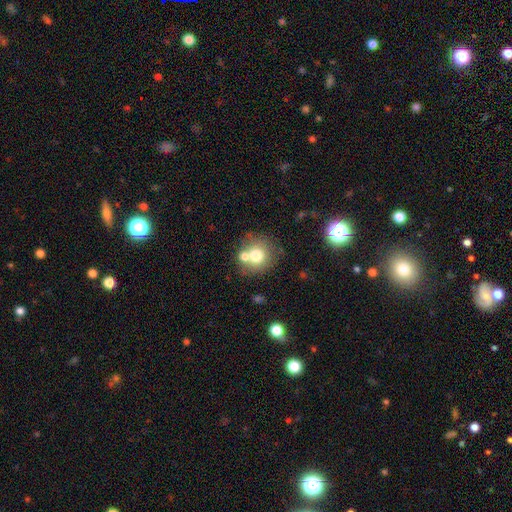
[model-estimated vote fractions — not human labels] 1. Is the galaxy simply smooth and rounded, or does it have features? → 71% smooth, 18% featured or disk, 11% star or artifact.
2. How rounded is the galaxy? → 84% round, 15% in between, 1% cigar-shaped.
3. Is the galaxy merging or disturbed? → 56% none, 28% merger, 11% minor disturbance, 5% major disturbance.